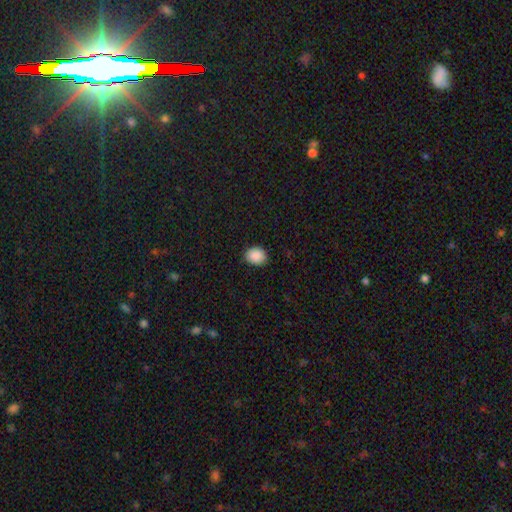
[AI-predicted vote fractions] Smooth or featured? Predicted: smooth (p=0.90). How rounded? Predicted: round (p=0.56). Merging? Predicted: none (p=0.86).